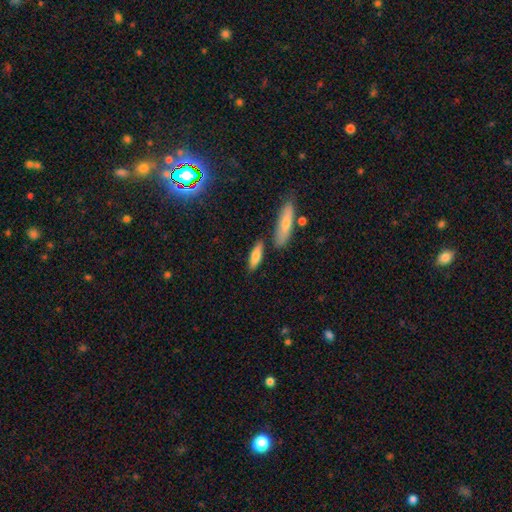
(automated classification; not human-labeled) smooth_or_featured: smooth (p=0.77) [alt: featured or disk p=0.17]
how_rounded: cigar-shaped (p=0.53) [alt: in between p=0.44]
merging: none (p=0.74) [alt: minor disturbance p=0.13]